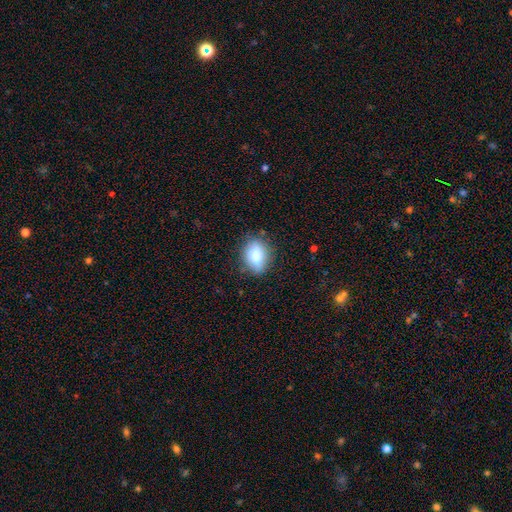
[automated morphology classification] The model was most divided on "how rounded": in between: 73%, round: 25%, cigar-shaped: 3%. More confident: merging — none (79%); smooth or featured — smooth (79%).